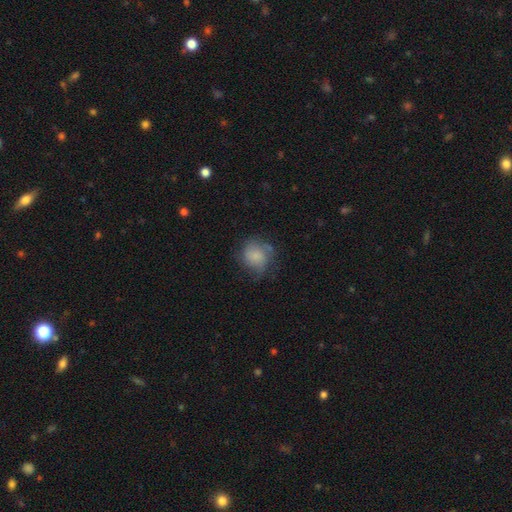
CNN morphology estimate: smooth-or-featured: smooth: 70% | featured or disk: 22% | star or artifact: 9%
  how-rounded: round: 75% | in between: 24% | cigar-shaped: 1%
  merging: none: 51% | minor disturbance: 29% | major disturbance: 17% | merger: 3%